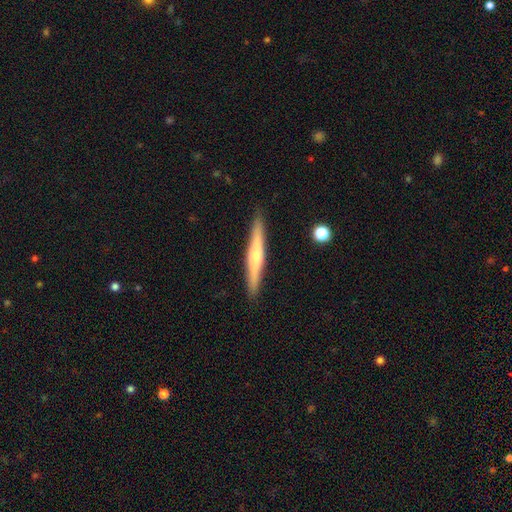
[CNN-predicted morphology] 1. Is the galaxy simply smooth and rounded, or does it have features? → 59% featured or disk, 34% smooth, 7% star or artifact.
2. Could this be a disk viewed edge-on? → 95% yes, 5% no.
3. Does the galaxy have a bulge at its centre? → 72% rounded, 23% none, 5% boxy.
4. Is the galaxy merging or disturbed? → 90% none, 7% minor disturbance, 1% major disturbance, 1% merger.